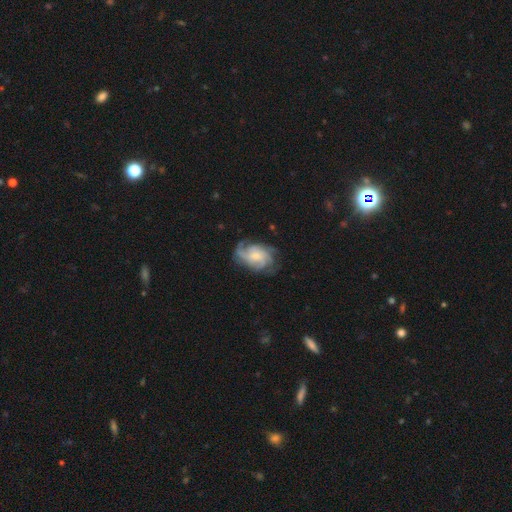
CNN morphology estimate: featured or disk 81%, smooth 13%, star or artifact 6%. Down the decision tree: edge-on disk — no (97%); bar — no (67%); spiral arms — yes (95%); spiral arm count — 3 (27%); spiral winding — medium (44%); bulge size — small (50%); merging — none (65%).